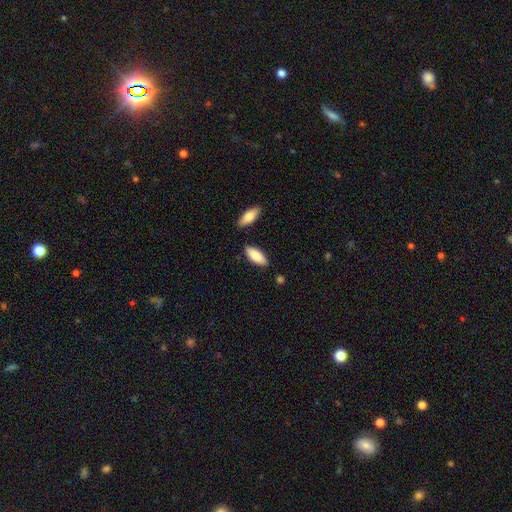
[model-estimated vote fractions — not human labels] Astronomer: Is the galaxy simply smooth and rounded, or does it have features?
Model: smooth — 84%.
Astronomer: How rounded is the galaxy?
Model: in between — 77%.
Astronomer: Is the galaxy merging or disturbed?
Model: none — 81%.